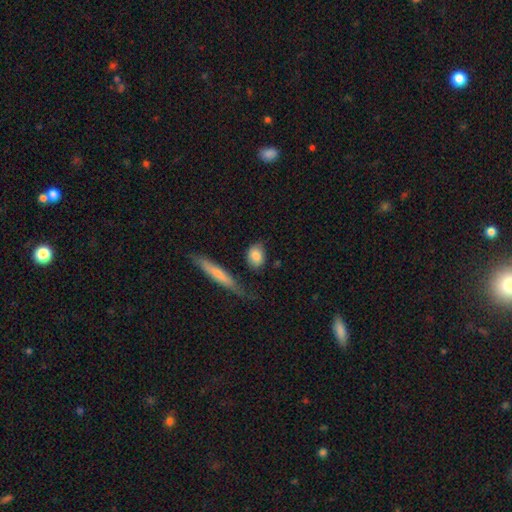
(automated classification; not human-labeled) A smooth galaxy with no disk features (83%) that is in between round and cigar-shaped (62%). Merging: none (69%).